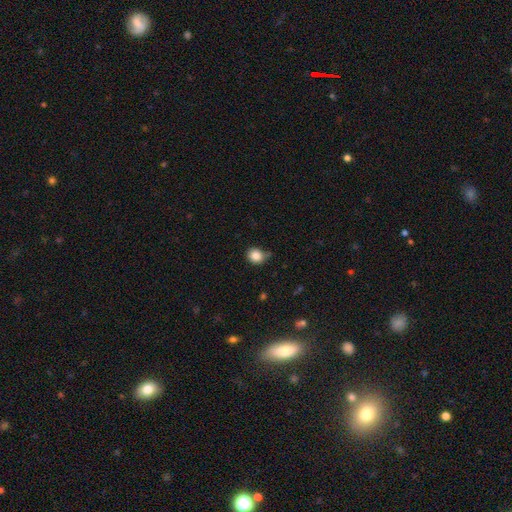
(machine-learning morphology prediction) Q: Smooth or featured?
A: smooth (85%); runner-up: star or artifact (10%)
Q: How rounded?
A: round (80%); runner-up: in between (19%)
Q: Merging?
A: none (68%); runner-up: minor disturbance (23%)